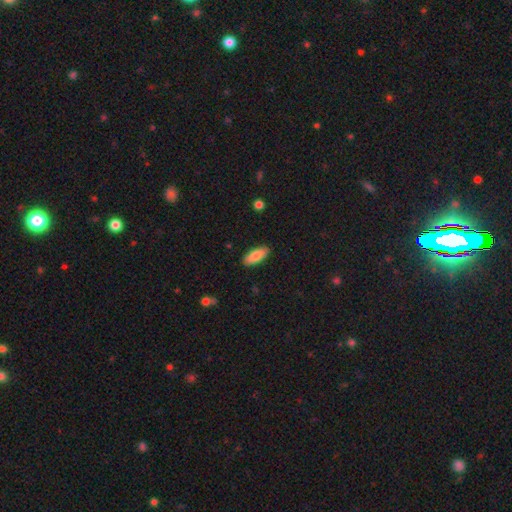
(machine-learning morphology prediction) The model was most divided on "how rounded": in between: 80%, cigar-shaped: 18%, round: 2%. More confident: merging — none (89%); smooth or featured — smooth (83%).